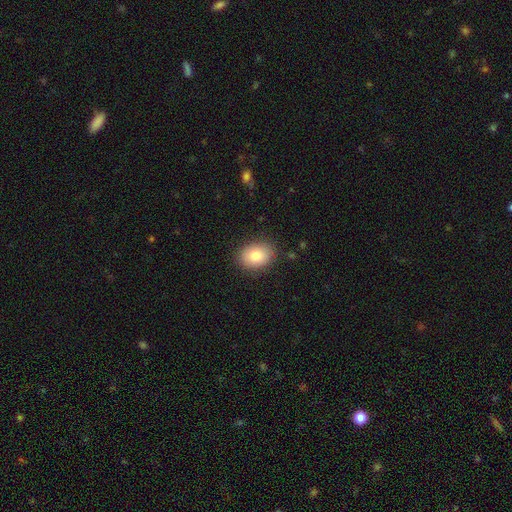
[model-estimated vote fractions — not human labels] This appears to be a smooth galaxy with no disk features (83%) that is in between round and cigar-shaped (67%). Merging: none (86%).